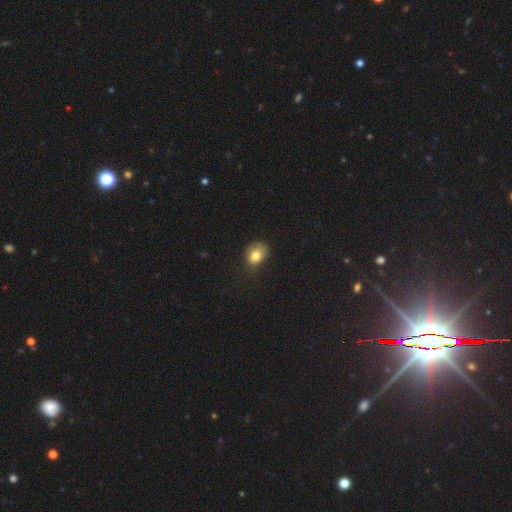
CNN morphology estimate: This is likely a smooth galaxy (79%). How rounded: possibly in between (53%). Merging: possibly none (54%).